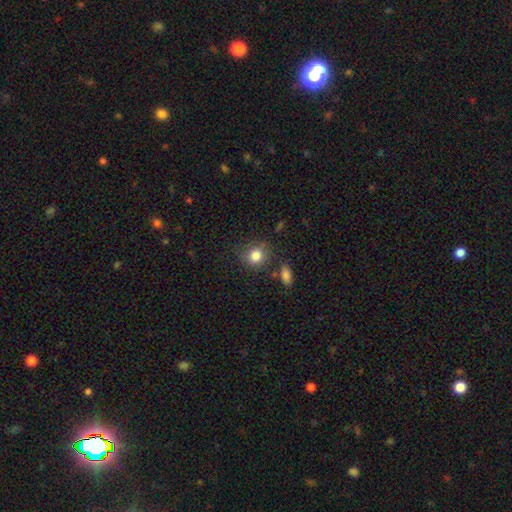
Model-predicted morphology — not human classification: This is clearly a smooth galaxy (83%). How rounded: clearly round (80%). Merging: likely none (74%).